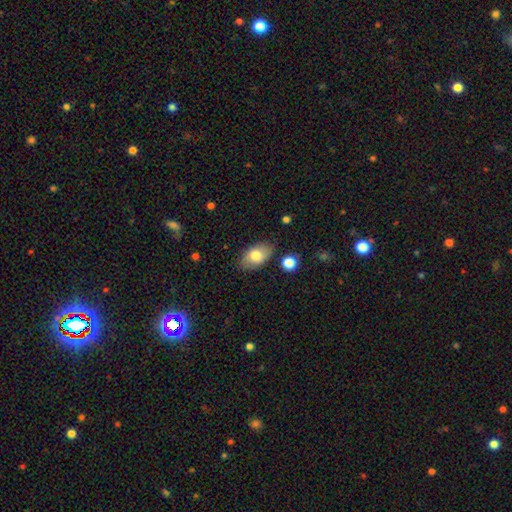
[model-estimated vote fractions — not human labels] A smooth galaxy with no disk features (78%) that is in between round and cigar-shaped (91%). Merging: none (84%).